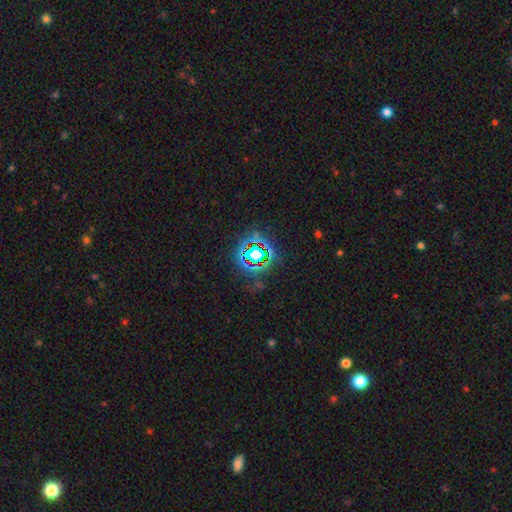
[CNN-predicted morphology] type=star or artifact (73%).